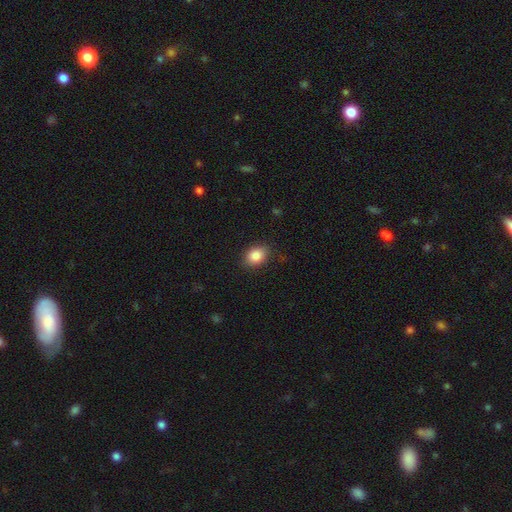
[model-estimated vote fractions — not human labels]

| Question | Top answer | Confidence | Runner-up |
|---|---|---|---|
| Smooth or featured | smooth | 86% | star or artifact (9%) |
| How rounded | in between | 65% | round (34%) |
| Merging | none | 84% | minor disturbance (12%) |